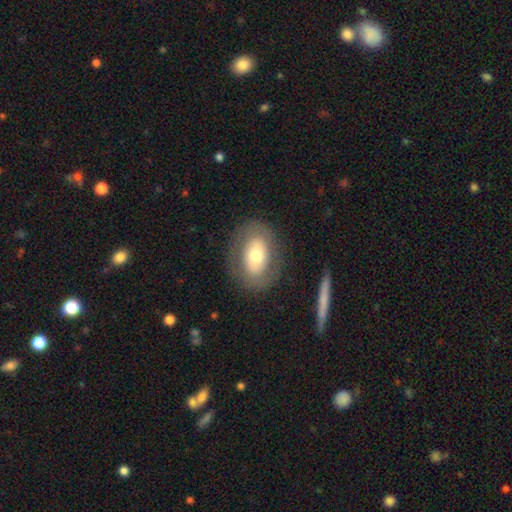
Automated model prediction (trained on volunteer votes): Q: Smooth or featured?
A: smooth (60%); runner-up: featured or disk (33%)
Q: How rounded?
A: in between (79%); runner-up: round (20%)
Q: Merging?
A: none (81%); runner-up: minor disturbance (11%)